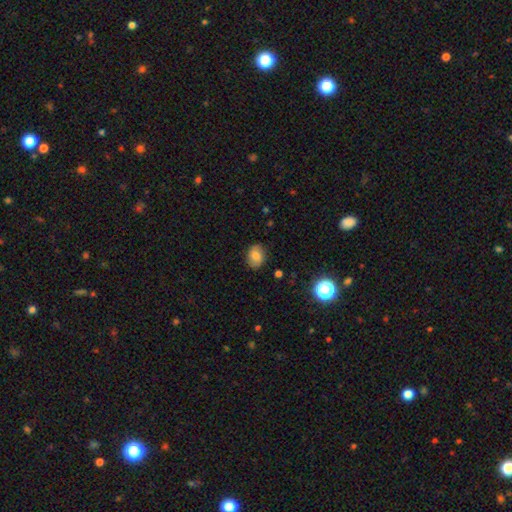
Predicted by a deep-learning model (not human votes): Smooth or featured? Predicted: smooth (p=0.76). How rounded? Predicted: in between (p=0.61). Merging? Predicted: none (p=0.83).